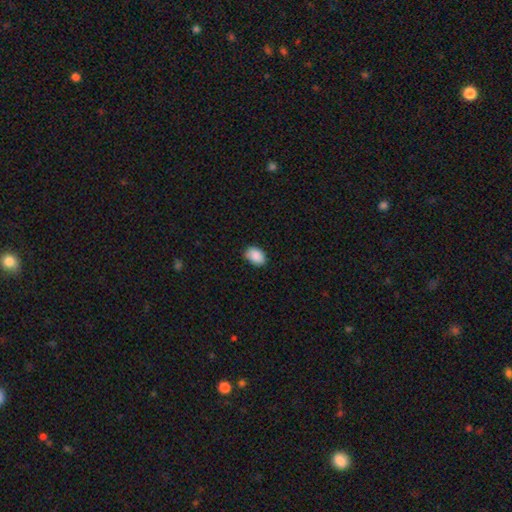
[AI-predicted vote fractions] A smooth galaxy with no disk features (90%) that is in between round and cigar-shaped (85%).

Vote fractions:
- Smooth or featured? smooth: 90% / star or artifact: 7% / featured or disk: 3%
- How rounded? in between: 85% / round: 13% / cigar-shaped: 1%
- Merging? none: 81% / minor disturbance: 15% / major disturbance: 2% / merger: 1%